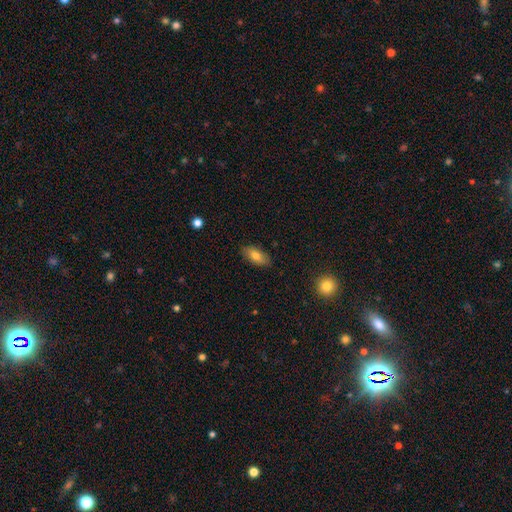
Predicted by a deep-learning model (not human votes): This appears to be a smooth galaxy with no disk features (76%) that is in between round and cigar-shaped (88%). Merging: none (87%).